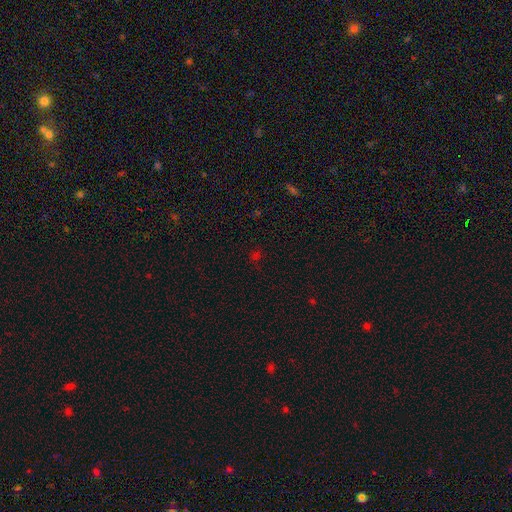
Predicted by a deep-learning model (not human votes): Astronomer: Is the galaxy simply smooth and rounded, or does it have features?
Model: star or artifact — 48% (runner-up: smooth, 46%).